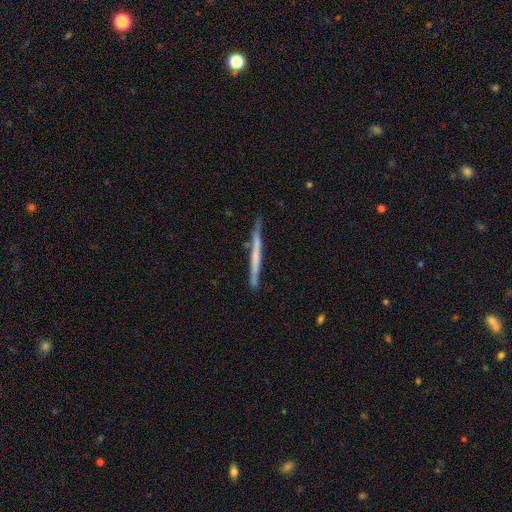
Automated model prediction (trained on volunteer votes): smooth_or_featured: featured or disk (p=0.52) [alt: smooth p=0.43]
disk_edge_on: yes (p=0.97) [alt: no p=0.03]
edge_on_bulge: none (p=0.86) [alt: rounded p=0.09]
merging: none (p=0.86) [alt: minor disturbance p=0.11]